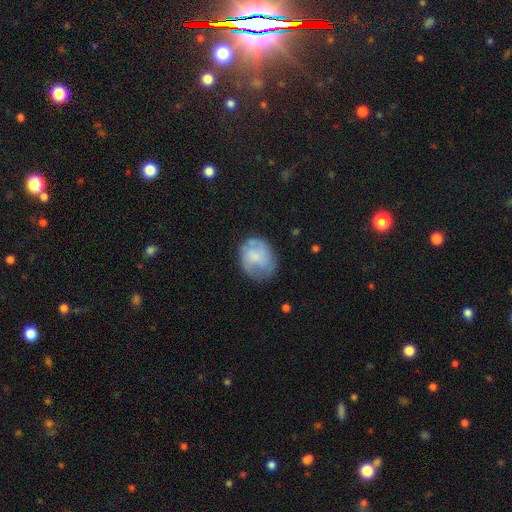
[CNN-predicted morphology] Smooth or featured?
  - smooth: 58% *
  - featured or disk: 35%
  - star or artifact: 7%
How rounded?
  - round: 58% *
  - in between: 41%
  - cigar-shaped: 1%
Merging?
  - none: 58% *
  - minor disturbance: 27%
  - major disturbance: 12%
  - merger: 2%